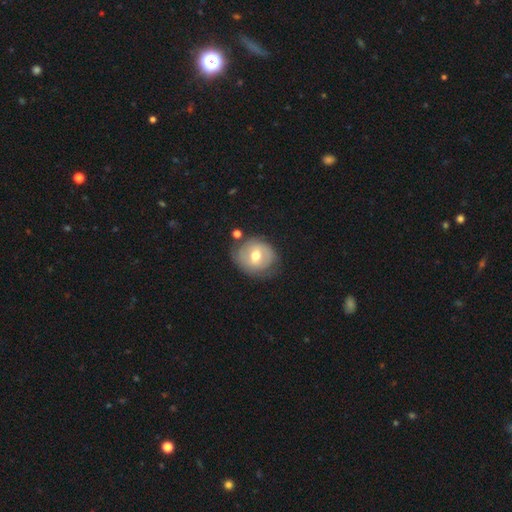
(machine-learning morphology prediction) smooth-or-featured: featured or disk: 47% | smooth: 46% | star or artifact: 7%
  merging: none: 68% | minor disturbance: 20% | major disturbance: 7% | merger: 4%